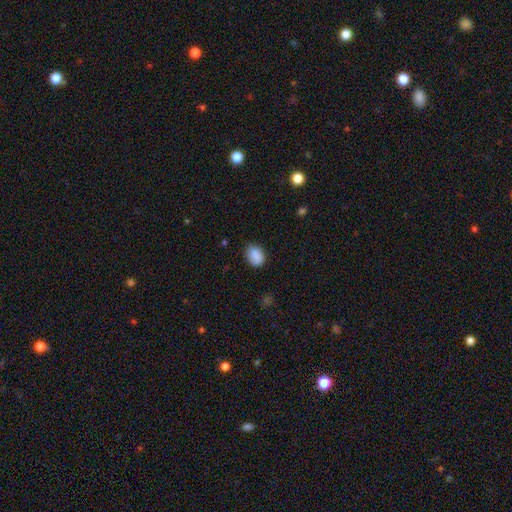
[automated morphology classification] smooth 88%, star or artifact 8%, featured or disk 4%. Down the decision tree: how rounded — in between (67%); merging — none (77%).